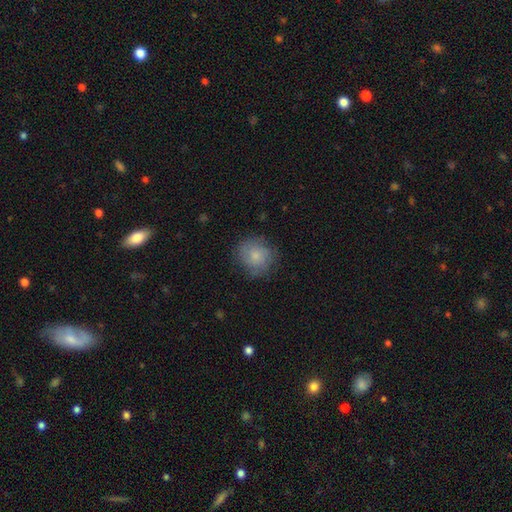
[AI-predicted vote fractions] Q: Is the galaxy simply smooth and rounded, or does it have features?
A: smooth — 70%.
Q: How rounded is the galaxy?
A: round — 85%.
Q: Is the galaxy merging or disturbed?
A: none — 75%.